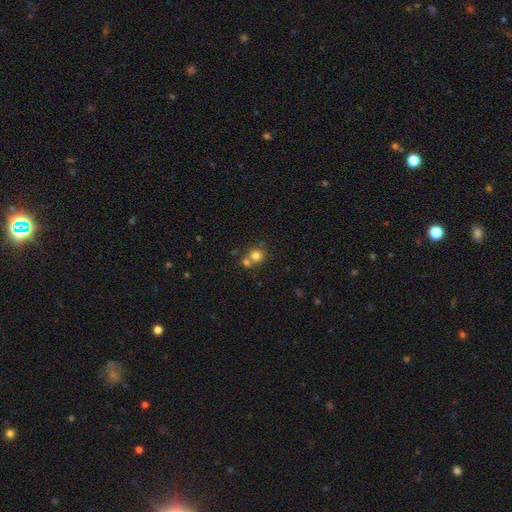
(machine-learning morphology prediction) Overall: smooth (77%). How rounded: round (87%). Merging: none (53%; merger 36%).